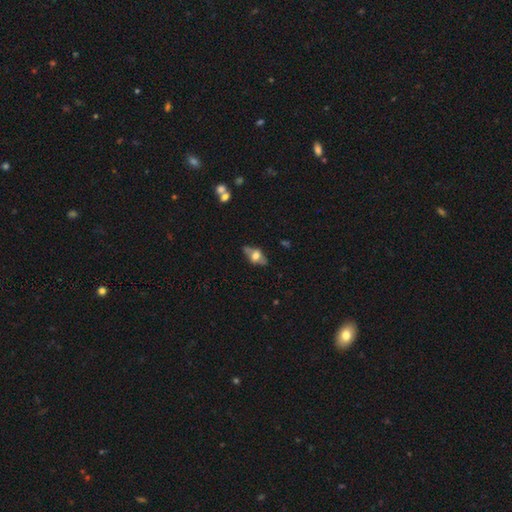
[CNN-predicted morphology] smooth-or-featured: featured or disk: 50% | smooth: 42% | star or artifact: 8%
  merging: none: 67% | minor disturbance: 22% | major disturbance: 7% | merger: 4%